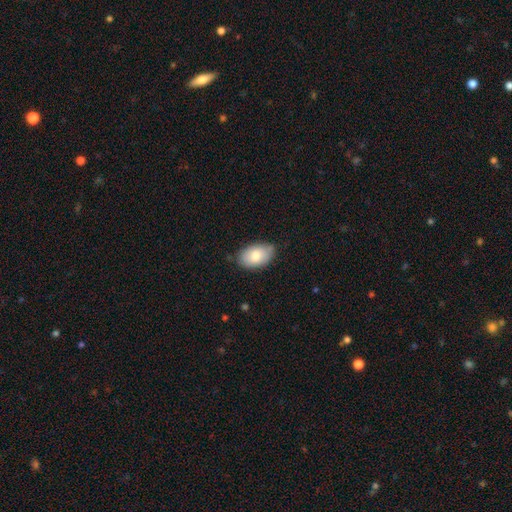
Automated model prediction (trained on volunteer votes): This is clearly a smooth galaxy (80%). How rounded: clearly in between (93%). Merging: likely none (78%).